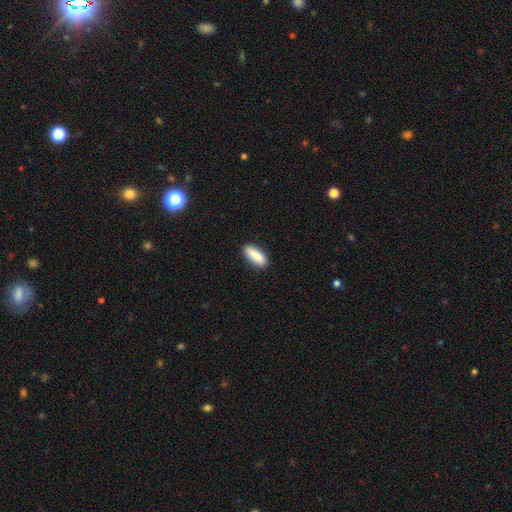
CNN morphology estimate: A smooth galaxy with no disk features (88%) that is in between round and cigar-shaped (72%). Merging: none (88%).